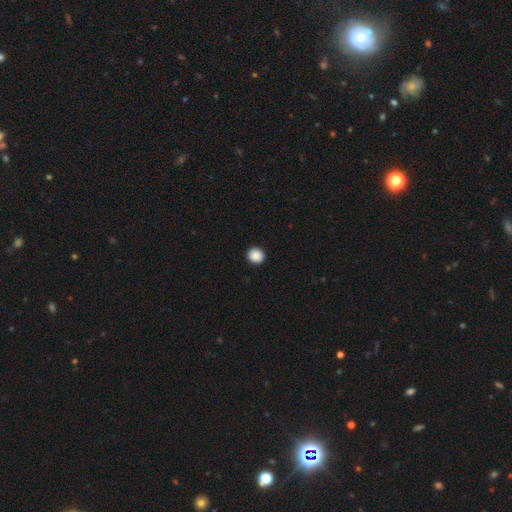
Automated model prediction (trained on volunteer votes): smooth_or_featured: smooth (p=0.89) [alt: star or artifact p=0.09]
how_rounded: round (p=0.90) [alt: in between p=0.09]
merging: none (p=0.93) [alt: minor disturbance p=0.05]